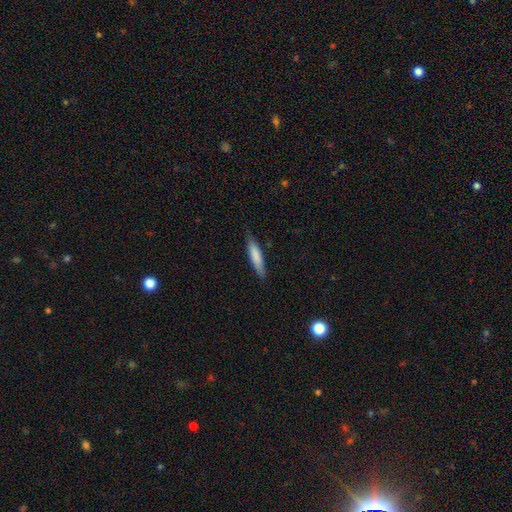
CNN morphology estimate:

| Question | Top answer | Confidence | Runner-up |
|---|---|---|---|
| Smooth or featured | smooth | 79% | featured or disk (16%) |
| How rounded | cigar-shaped | 85% | in between (14%) |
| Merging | none | 84% | minor disturbance (13%) |